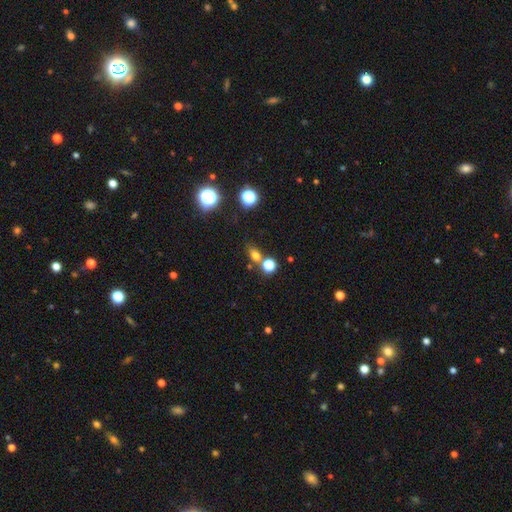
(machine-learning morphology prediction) A smooth galaxy with no disk features (69%) that is in between round and cigar-shaped (53%). Merging: none (60%).